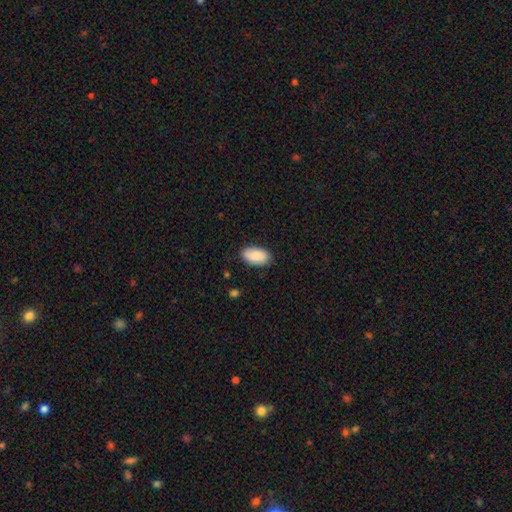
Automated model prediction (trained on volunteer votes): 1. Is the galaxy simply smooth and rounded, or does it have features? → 87% smooth, 7% featured or disk, 6% star or artifact.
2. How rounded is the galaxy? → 95% in between, 3% round, 2% cigar-shaped.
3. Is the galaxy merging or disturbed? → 86% none, 11% minor disturbance, 2% major disturbance, 1% merger.